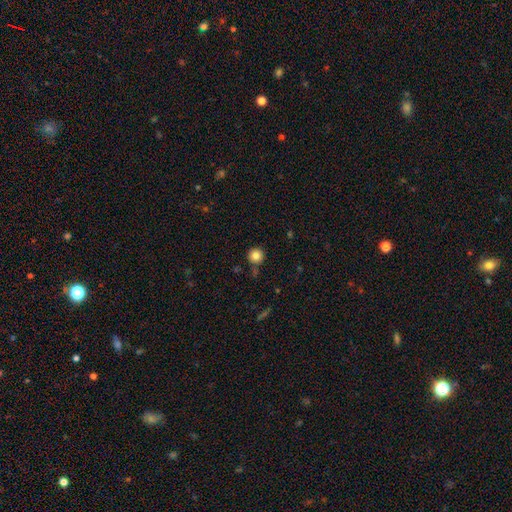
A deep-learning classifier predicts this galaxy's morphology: A smooth galaxy with no disk features (83%) that is round (95%).

Vote fractions:
- Smooth or featured? smooth: 83% / star or artifact: 11% / featured or disk: 6%
- How rounded? round: 95% / in between: 4% / cigar-shaped: 1%
- Merging? none: 85% / minor disturbance: 8% / merger: 5% / major disturbance: 2%